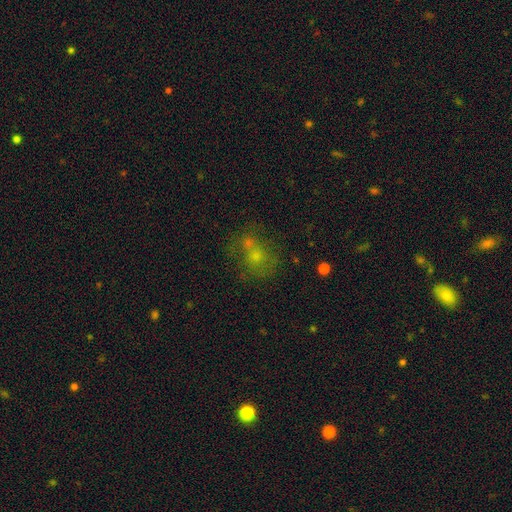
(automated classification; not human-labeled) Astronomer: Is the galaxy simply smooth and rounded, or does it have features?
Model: smooth — 45% (runner-up: star or artifact, 30%).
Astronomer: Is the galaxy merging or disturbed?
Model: none — 48% (runner-up: merger, 26%).